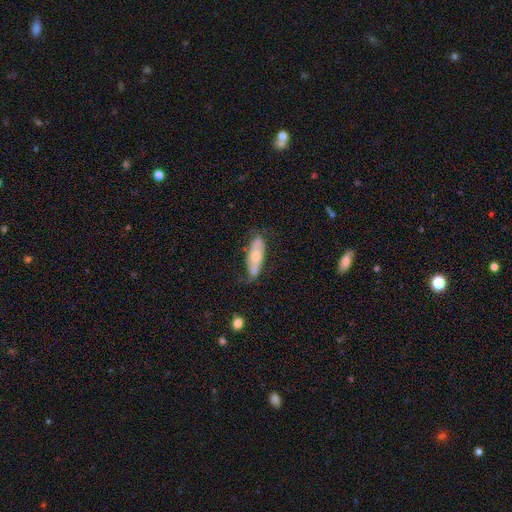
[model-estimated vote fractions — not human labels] This is possibly a smooth galaxy (55%). How rounded: likely in between (65%). Merging: possibly none (57%).